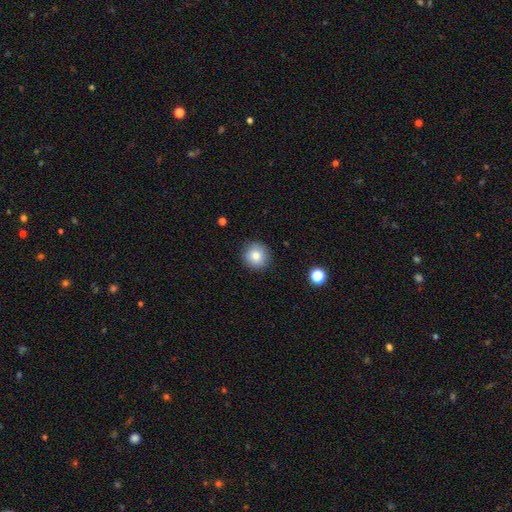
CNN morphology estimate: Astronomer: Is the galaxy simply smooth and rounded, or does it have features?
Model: smooth — 82%.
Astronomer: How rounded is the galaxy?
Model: round — 94%.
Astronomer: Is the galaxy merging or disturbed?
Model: none — 90%.